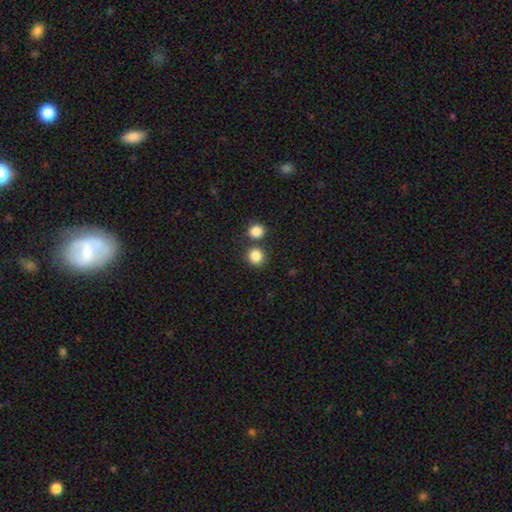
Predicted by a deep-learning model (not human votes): A smooth galaxy with no disk features (85%) that is round (89%). Merging: none (73%).